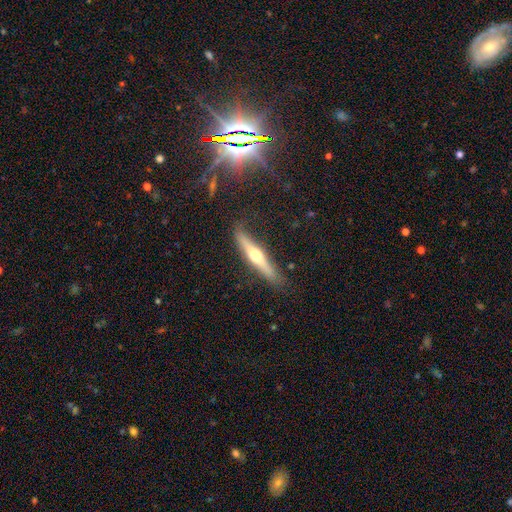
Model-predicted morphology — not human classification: Smooth or featured? featured or disk (61%)
Edge-on disk? yes (95%)
Edge-on bulge? rounded (91%)
Merging? none (83%)